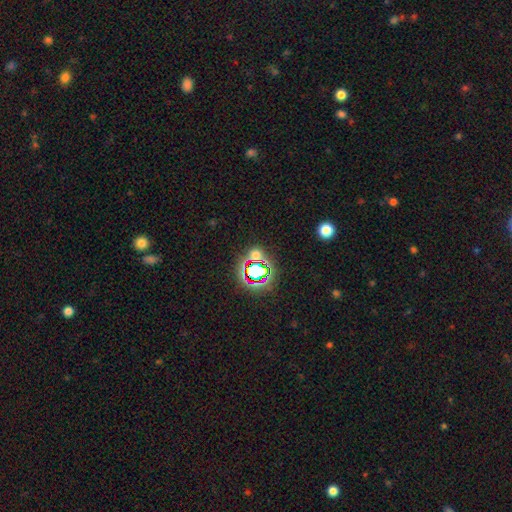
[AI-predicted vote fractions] A star or artifact, not a galaxy (59%).